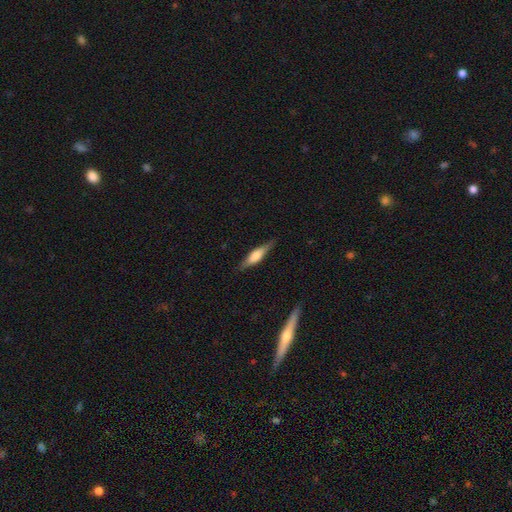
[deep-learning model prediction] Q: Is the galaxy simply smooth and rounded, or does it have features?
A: featured or disk — 51%.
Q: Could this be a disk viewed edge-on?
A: yes — 94%.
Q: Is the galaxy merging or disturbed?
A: none — 85%.